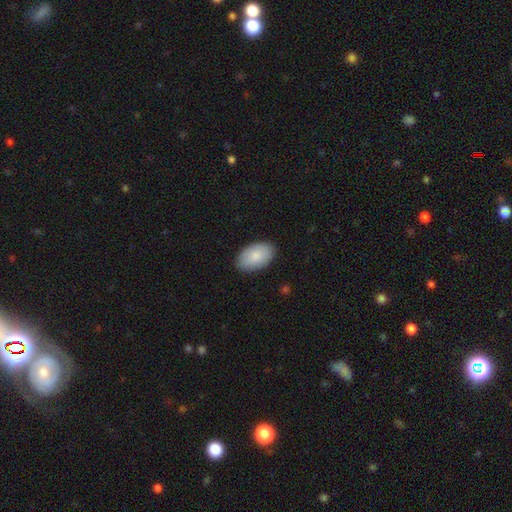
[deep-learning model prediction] Smooth or featured? Predicted: smooth (p=0.85). How rounded? Predicted: in between (p=0.94). Merging? Predicted: none (p=0.87).